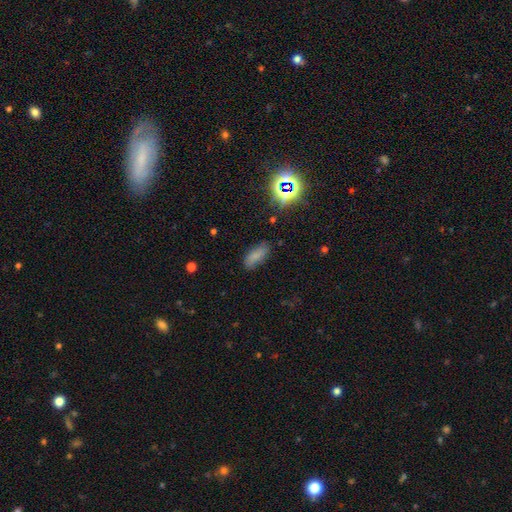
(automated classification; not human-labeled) The model was most divided on "smooth or featured": smooth: 76%, star or artifact: 15%, featured or disk: 9%. More confident: how rounded — in between (81%); merging — none (78%).